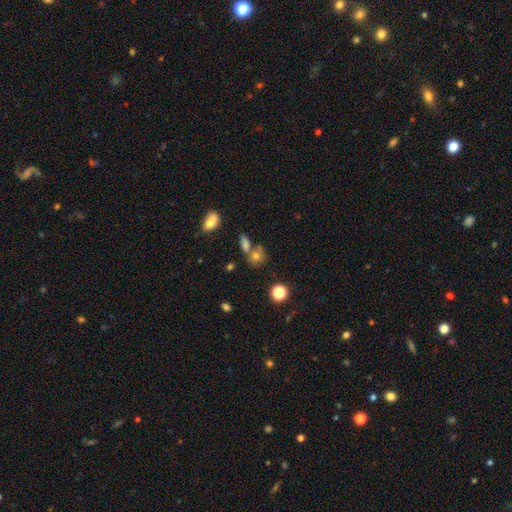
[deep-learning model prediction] A smooth galaxy with no disk features (72%) that is round (66%).

Vote fractions:
- Smooth or featured? smooth: 72% / star or artifact: 16% / featured or disk: 11%
- How rounded? round: 66% / in between: 32% / cigar-shaped: 3%
- Merging? none: 49% / merger: 35% / minor disturbance: 11% / major disturbance: 5%